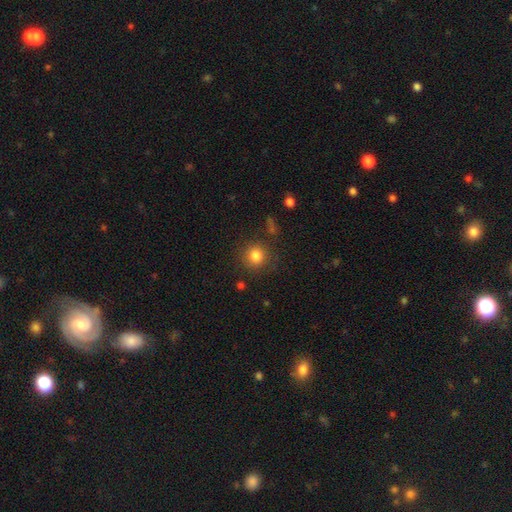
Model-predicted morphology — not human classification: Q: Smooth or featured?
A: smooth (83%); runner-up: star or artifact (11%)
Q: How rounded?
A: round (87%); runner-up: in between (12%)
Q: Merging?
A: none (85%); runner-up: minor disturbance (9%)